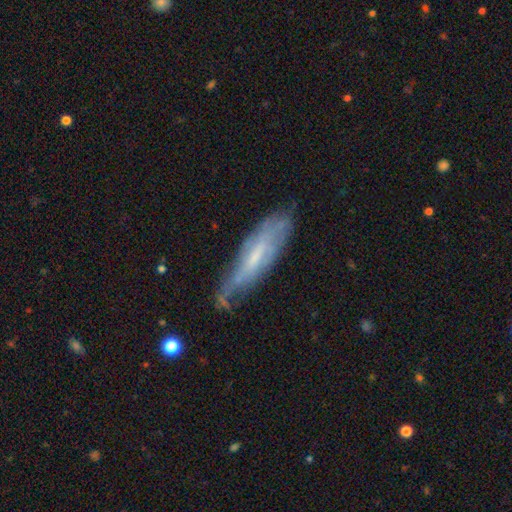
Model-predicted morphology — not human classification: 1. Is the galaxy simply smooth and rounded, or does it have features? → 58% featured or disk, 35% smooth, 7% star or artifact.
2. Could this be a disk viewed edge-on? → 55% no, 45% yes.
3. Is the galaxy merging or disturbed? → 58% none, 29% minor disturbance, 10% major disturbance, 3% merger.